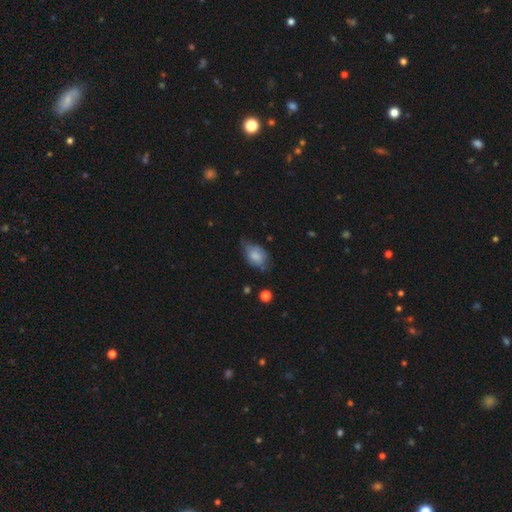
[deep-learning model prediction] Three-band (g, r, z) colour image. It shows a smooth galaxy with no disk features (75%) that is in between round and cigar-shaped (85%). Merging: none (44%).